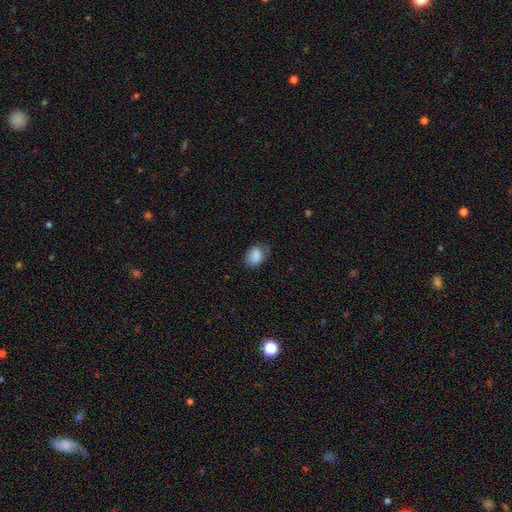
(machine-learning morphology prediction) Smooth or featured?
  - smooth: 84% *
  - star or artifact: 8%
  - featured or disk: 8%
How rounded?
  - in between: 67% *
  - round: 32%
  - cigar-shaped: 1%
Merging?
  - none: 63% *
  - minor disturbance: 28%
  - major disturbance: 8%
  - merger: 2%